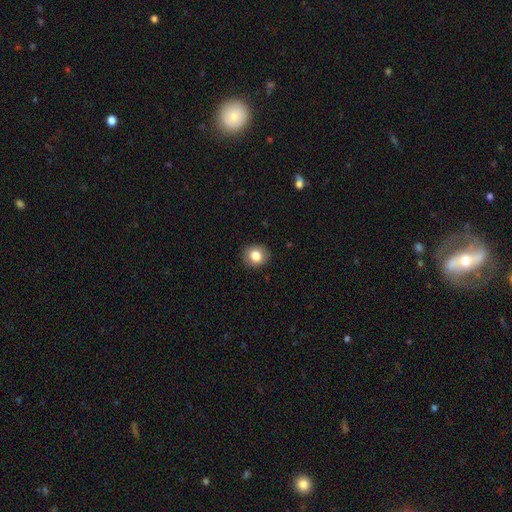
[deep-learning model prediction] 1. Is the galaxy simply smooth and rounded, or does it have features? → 83% smooth, 9% star or artifact, 8% featured or disk.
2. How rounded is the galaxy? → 78% round, 21% in between, 1% cigar-shaped.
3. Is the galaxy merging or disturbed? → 89% none, 8% minor disturbance, 2% major disturbance, 1% merger.